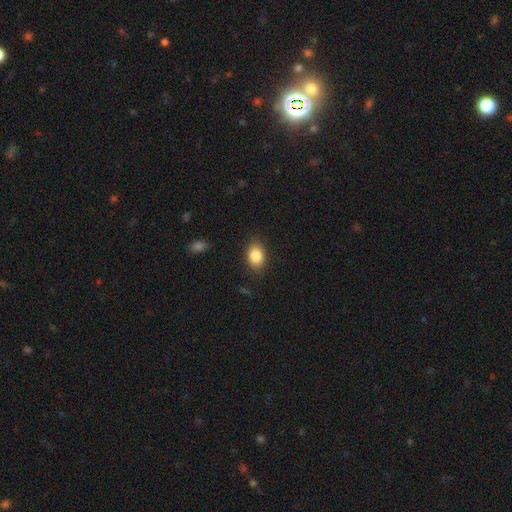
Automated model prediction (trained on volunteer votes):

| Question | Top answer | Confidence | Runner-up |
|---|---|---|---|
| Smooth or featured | smooth | 85% | star or artifact (9%) |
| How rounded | in between | 73% | round (25%) |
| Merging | none | 85% | minor disturbance (11%) |